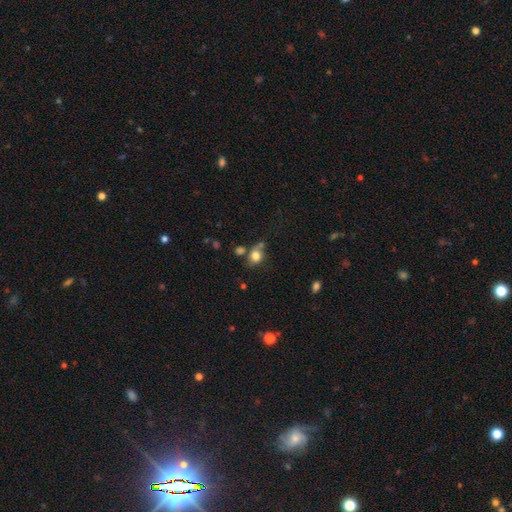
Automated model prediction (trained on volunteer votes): Smooth or featured? smooth (78%)
How rounded? round (62%)
Merging? none (50%)